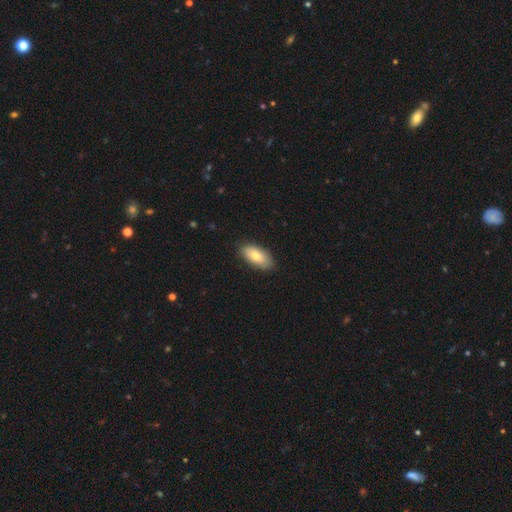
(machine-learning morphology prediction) Overall: smooth (79%). How rounded: in between (91%). Merging: none (86%).